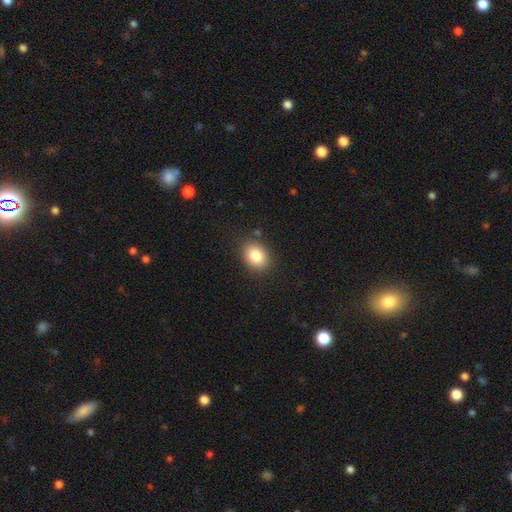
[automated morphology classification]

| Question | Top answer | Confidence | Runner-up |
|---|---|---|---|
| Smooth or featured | smooth | 83% | star or artifact (9%) |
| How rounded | in between | 57% | round (42%) |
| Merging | none | 86% | minor disturbance (9%) |